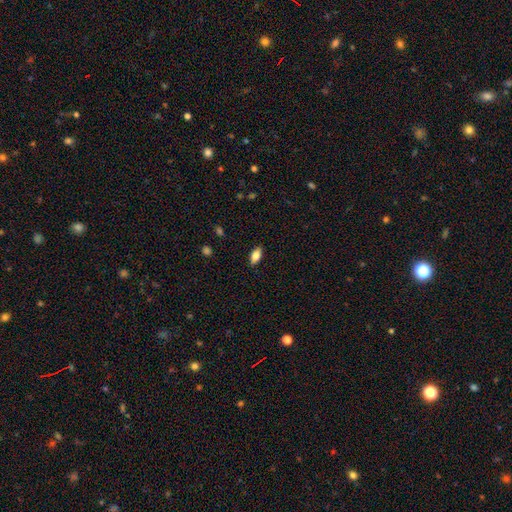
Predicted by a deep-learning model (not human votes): Q: Smooth or featured?
A: smooth (78%); runner-up: featured or disk (15%)
Q: How rounded?
A: in between (87%); runner-up: cigar-shaped (10%)
Q: Merging?
A: none (87%); runner-up: minor disturbance (10%)